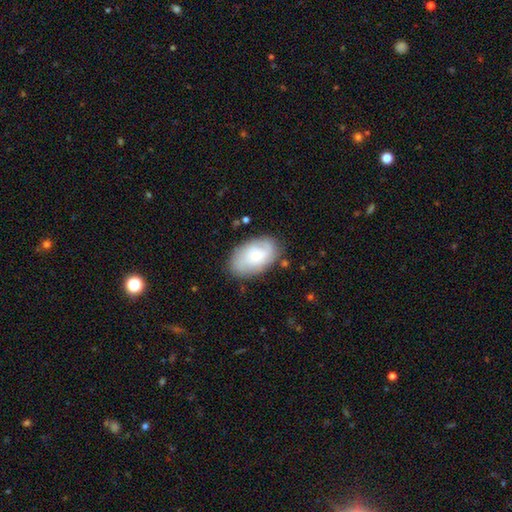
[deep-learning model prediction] This is possibly a smooth galaxy (52%). How rounded: clearly in between (91%). Merging: likely none (77%).